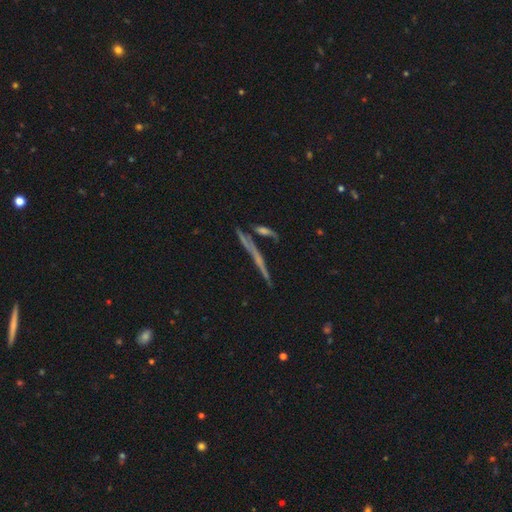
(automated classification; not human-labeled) A featured or disk galaxy (55%) viewed edge-on (94%) with no central bulge (74%).

Vote fractions:
- Smooth or featured? featured or disk: 55% / smooth: 32% / star or artifact: 12%
- Edge-on disk? yes: 94% / no: 6%
- Edge-on bulge? none: 74% / rounded: 20% / boxy: 6%
- Merging? none: 79% / minor disturbance: 9% / merger: 8% / major disturbance: 4%